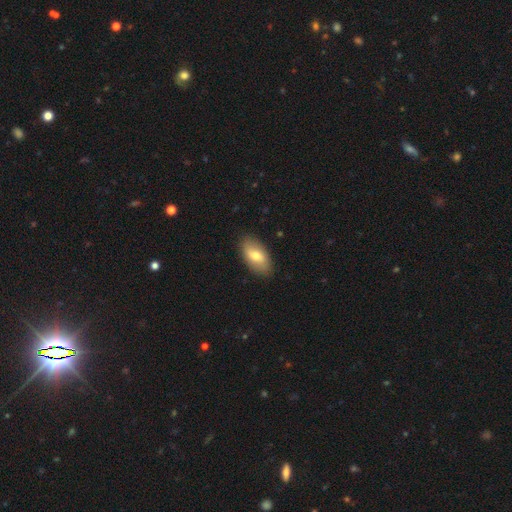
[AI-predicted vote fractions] This appears to be a smooth galaxy with no disk features (66%) that is in between round and cigar-shaped (92%). Merging: none (86%).